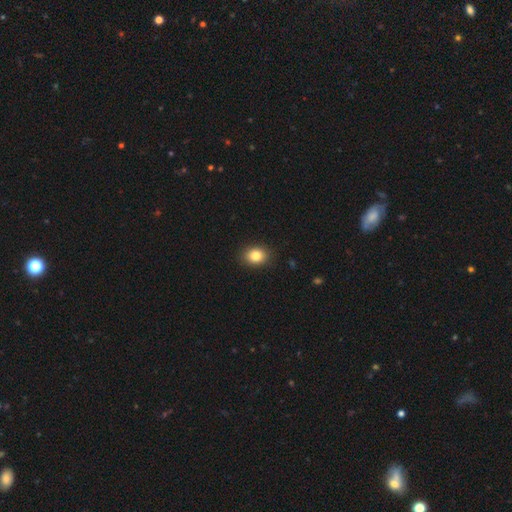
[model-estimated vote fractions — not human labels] smooth_or_featured: smooth (p=0.84) [alt: star or artifact p=0.10]
how_rounded: in between (p=0.52) [alt: round p=0.47]
merging: none (p=0.89) [alt: minor disturbance p=0.08]